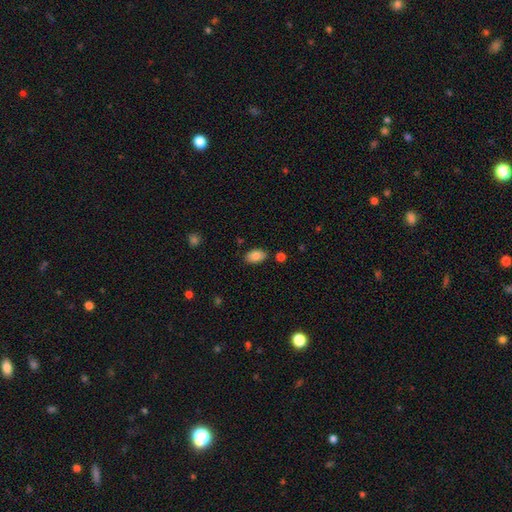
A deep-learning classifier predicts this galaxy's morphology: smooth-or-featured: smooth: 84% | featured or disk: 8% | star or artifact: 8%
  how-rounded: in between: 92% | round: 7% | cigar-shaped: 1%
  merging: none: 82% | minor disturbance: 12% | merger: 4% | major disturbance: 3%